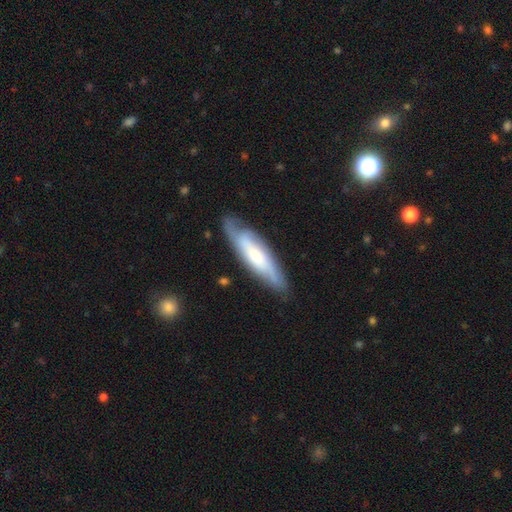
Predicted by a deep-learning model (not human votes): Smooth or featured?
  - featured or disk: 59% *
  - smooth: 35%
  - star or artifact: 6%
Edge-on disk?
  - no: 61% *
  - yes: 39%
Merging?
  - none: 77% *
  - minor disturbance: 17%
  - major disturbance: 4%
  - merger: 2%